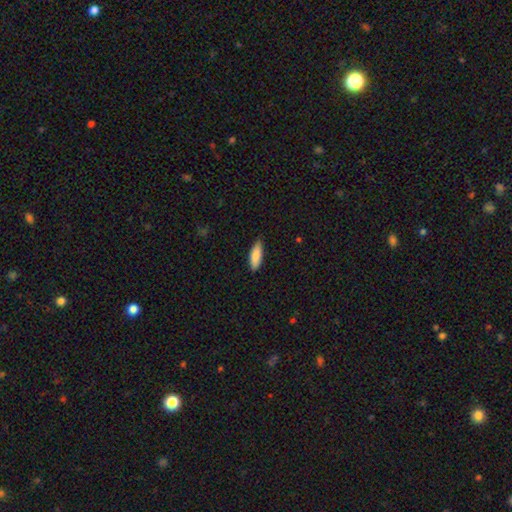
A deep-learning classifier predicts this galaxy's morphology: The model was most divided on "how rounded": in between: 64%, cigar-shaped: 34%, round: 2%. More confident: smooth or featured — smooth (87%); merging — none (83%).